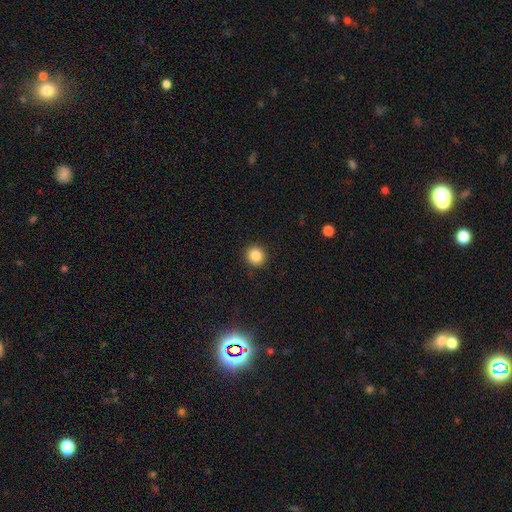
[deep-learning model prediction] Smooth or featured: smooth — 85% (star or artifact — 10%)
How rounded: round — 90% (in between — 9%)
Merging: none — 91% (minor disturbance — 6%)